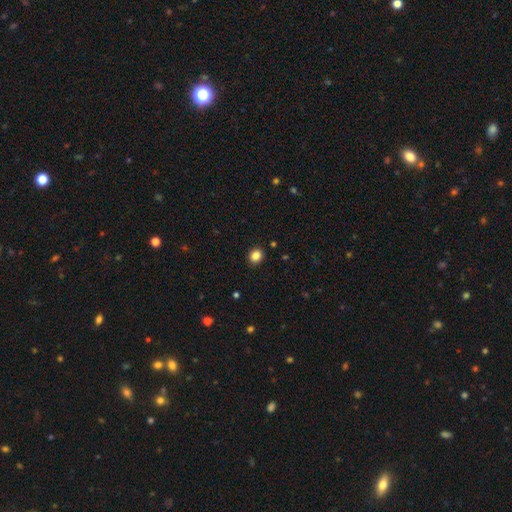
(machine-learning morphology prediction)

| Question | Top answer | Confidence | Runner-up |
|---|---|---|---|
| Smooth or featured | smooth | 86% | star or artifact (10%) |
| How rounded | round | 63% | in between (36%) |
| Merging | none | 91% | minor disturbance (6%) |